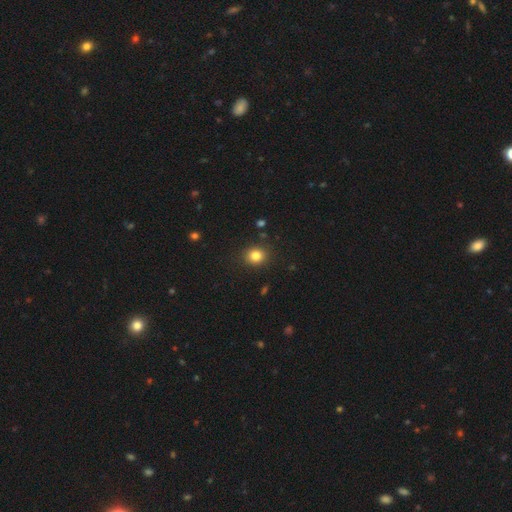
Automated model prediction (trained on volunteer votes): smooth 83%, star or artifact 12%, featured or disk 6%. Down the decision tree: how rounded — round (72%); merging — none (89%).